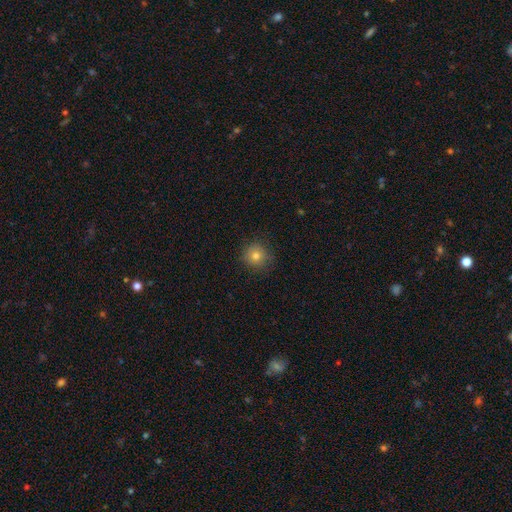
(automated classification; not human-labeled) This is likely a smooth galaxy (79%). How rounded: clearly round (93%). Merging: clearly none (86%).